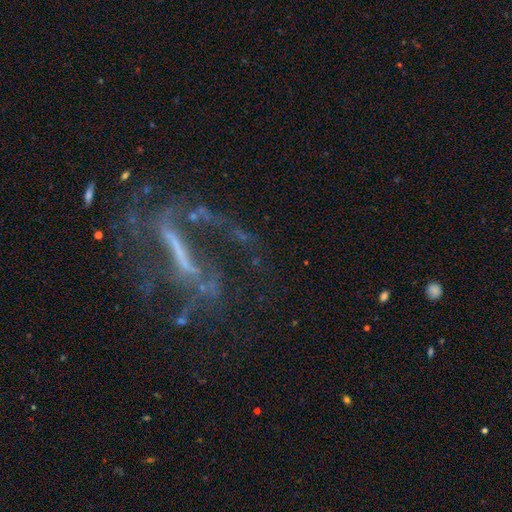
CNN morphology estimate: type=featured or disk (76%); edge-on=no (81%); bar=strong (68%); spiral arms=yes (73%); bulge=none (52%); merging=none (46%).